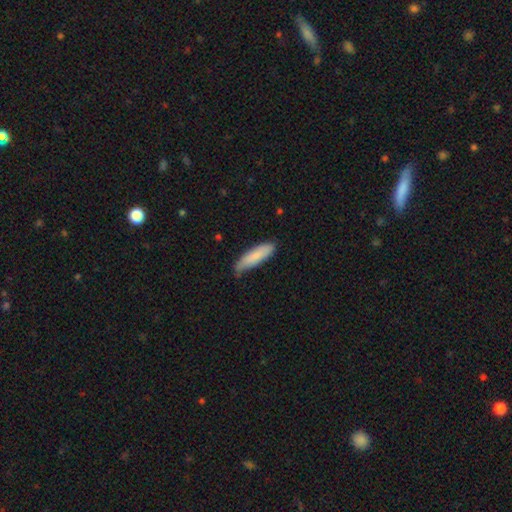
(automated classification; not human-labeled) A smooth galaxy with no disk features (82%) that is cigar-shaped (60%). Merging: none (70%).